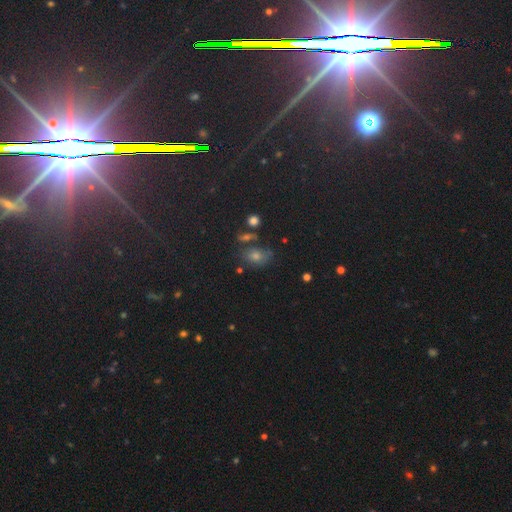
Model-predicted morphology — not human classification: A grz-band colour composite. It shows a smooth galaxy with no disk features (44%). Merging: none (64%).